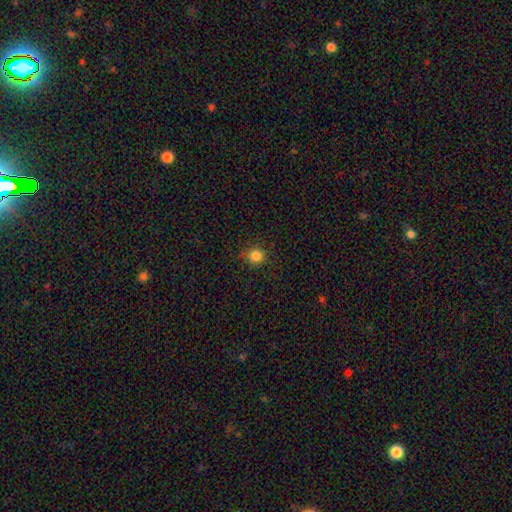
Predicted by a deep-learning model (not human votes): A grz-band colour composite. It shows a smooth galaxy with no disk features (84%) that is round (91%). Merging: none (87%).